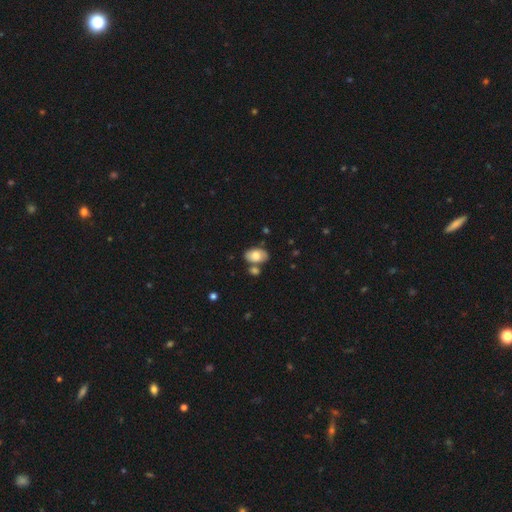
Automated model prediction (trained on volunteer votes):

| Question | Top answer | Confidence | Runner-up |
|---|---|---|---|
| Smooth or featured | smooth | 77% | featured or disk (16%) |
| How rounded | in between | 91% | round (8%) |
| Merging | none | 62% | merger (19%) |